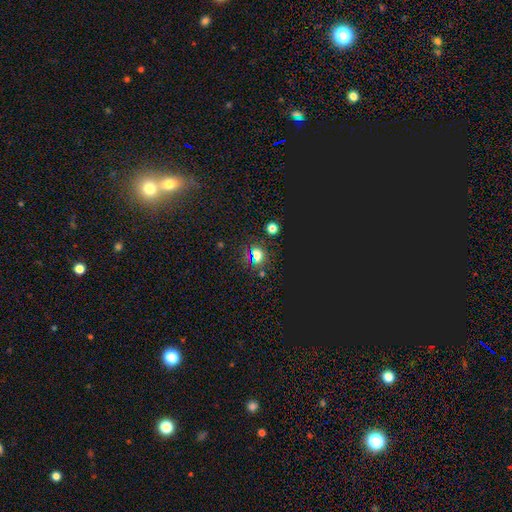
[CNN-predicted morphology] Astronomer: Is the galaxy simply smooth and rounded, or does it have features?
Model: smooth — 52% (runner-up: star or artifact, 40%).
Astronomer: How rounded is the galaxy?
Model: round — 63%.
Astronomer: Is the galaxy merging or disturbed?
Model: none — 77%.